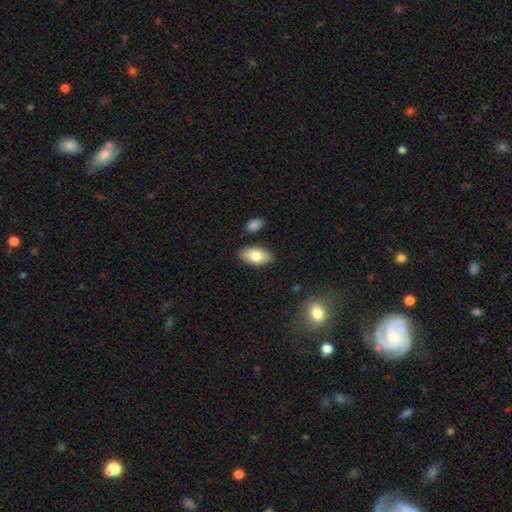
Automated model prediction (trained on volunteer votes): smooth_or_featured: smooth (p=0.80) [alt: featured or disk p=0.14]
how_rounded: in between (p=0.94) [alt: round p=0.03]
merging: none (p=0.85) [alt: minor disturbance p=0.10]